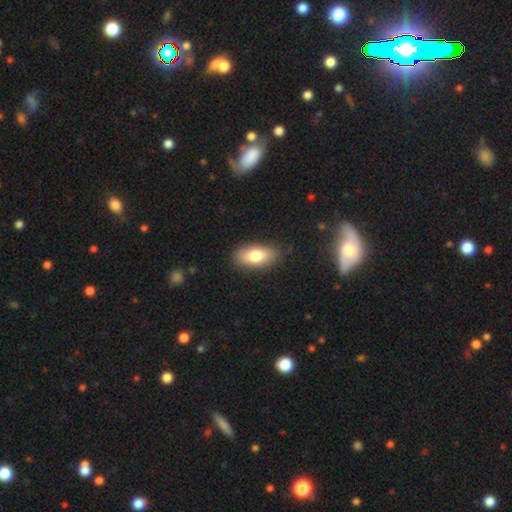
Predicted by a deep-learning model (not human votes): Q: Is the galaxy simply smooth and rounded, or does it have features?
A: smooth — 77%.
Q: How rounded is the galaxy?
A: in between — 88%.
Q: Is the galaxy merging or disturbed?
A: none — 85%.